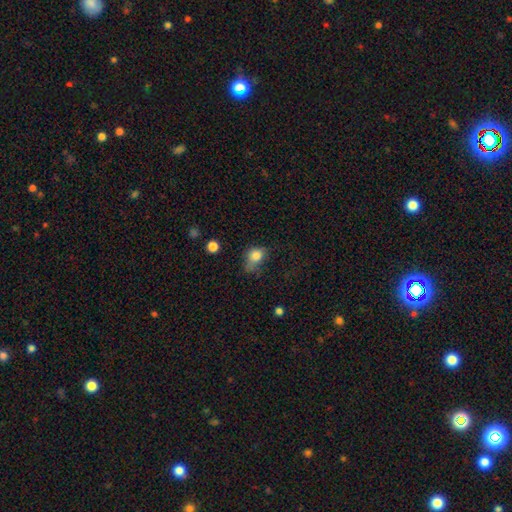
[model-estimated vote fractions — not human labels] smooth_or_featured: smooth (p=0.80) [alt: star or artifact p=0.11]
how_rounded: in between (p=0.57) [alt: round p=0.42]
merging: minor disturbance (p=0.38) [alt: none p=0.31]